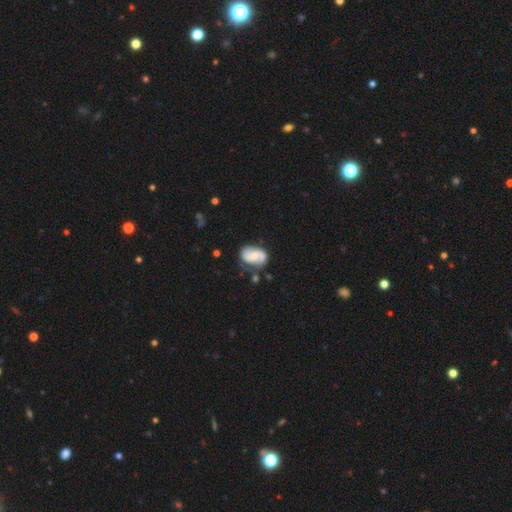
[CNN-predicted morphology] This appears to be a featured or disk galaxy (64%) with no bar (63%), 2 (80%) medium (42%) spiral arms (86%) and a moderate central bulge (56%). Merging: none (62%).